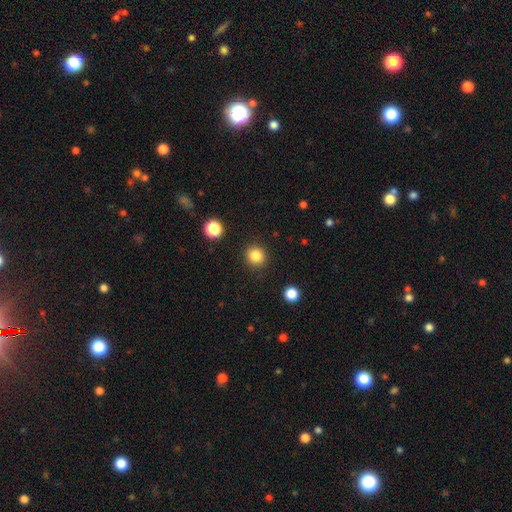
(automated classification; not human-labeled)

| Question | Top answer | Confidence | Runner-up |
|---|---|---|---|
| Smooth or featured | smooth | 84% | star or artifact (12%) |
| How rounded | round | 91% | in between (8%) |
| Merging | none | 91% | minor disturbance (6%) |